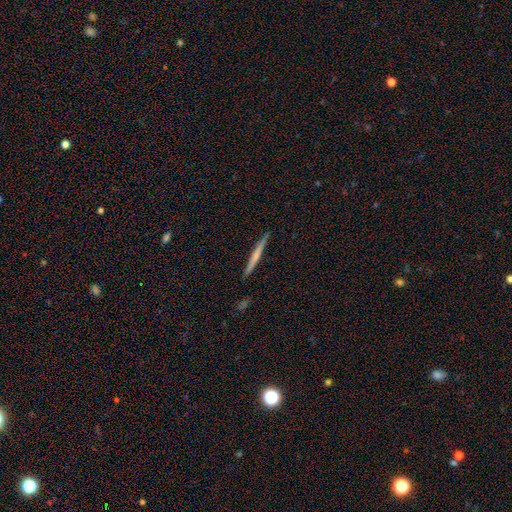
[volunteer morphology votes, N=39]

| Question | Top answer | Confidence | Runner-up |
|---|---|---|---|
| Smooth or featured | featured or disk | 51% | smooth (44%) |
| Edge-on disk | yes | 100% | — |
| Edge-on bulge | none | 85% | rounded (15%) |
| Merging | none | 84% | minor disturbance (16%) |